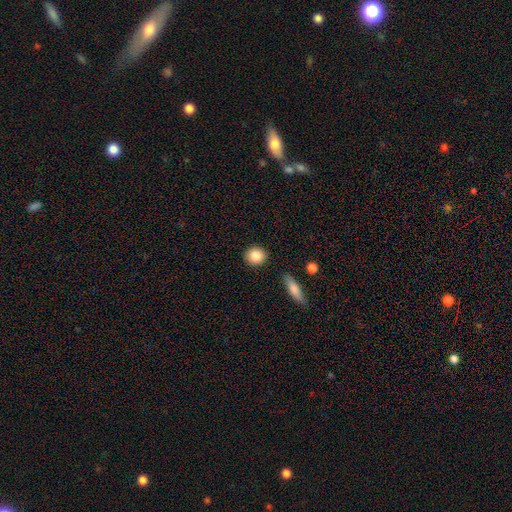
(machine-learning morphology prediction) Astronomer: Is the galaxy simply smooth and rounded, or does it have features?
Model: smooth — 85%.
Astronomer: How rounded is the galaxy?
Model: round — 85%.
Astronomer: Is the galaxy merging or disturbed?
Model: none — 89%.